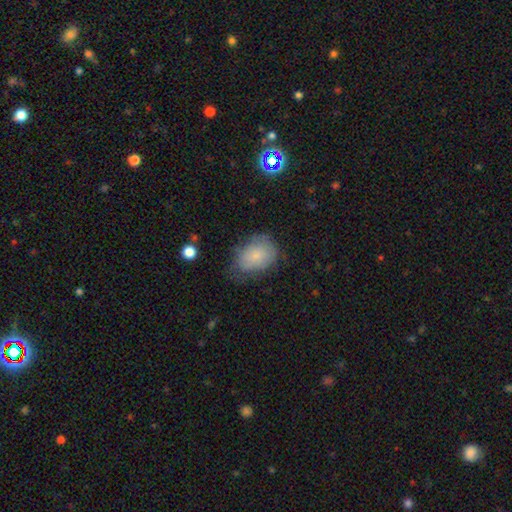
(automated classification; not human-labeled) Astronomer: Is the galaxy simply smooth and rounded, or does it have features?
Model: smooth — 76%.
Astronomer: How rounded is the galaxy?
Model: in between — 71%.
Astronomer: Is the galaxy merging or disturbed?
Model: none — 52% (runner-up: minor disturbance, 32%).